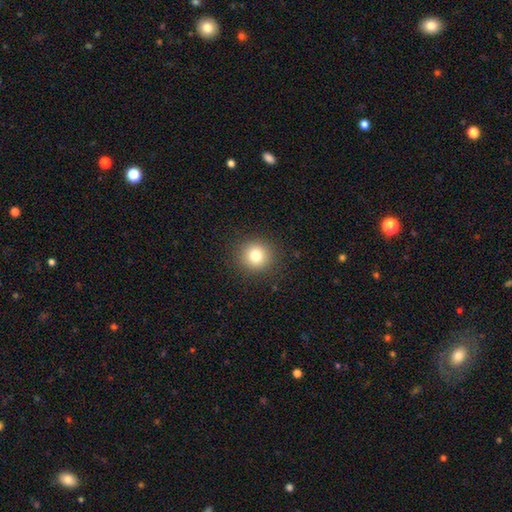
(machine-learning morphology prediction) smooth 79%, star or artifact 13%, featured or disk 8%. Down the decision tree: how rounded — round (92%); merging — none (90%).